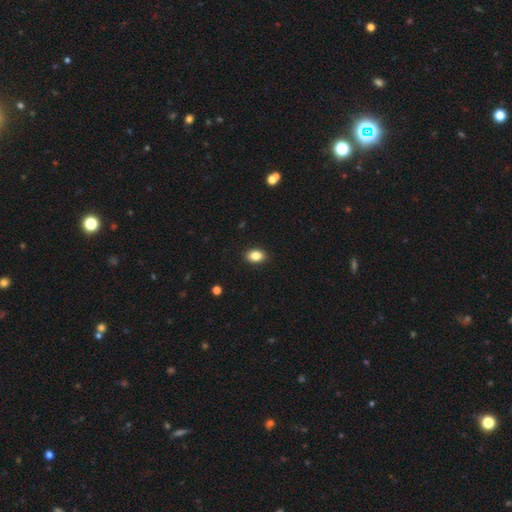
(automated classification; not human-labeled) A smooth galaxy with no disk features (86%) that is in between round and cigar-shaped (79%).

Vote fractions:
- Smooth or featured? smooth: 86% / star or artifact: 9% / featured or disk: 6%
- How rounded? in between: 79% / round: 19% / cigar-shaped: 1%
- Merging? none: 90% / minor disturbance: 7% / major disturbance: 2% / merger: 1%